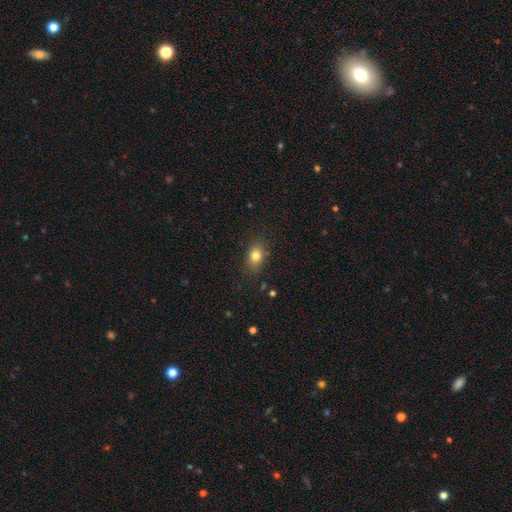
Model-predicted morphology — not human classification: This is clearly a smooth galaxy (81%). How rounded: likely in between (72%). Merging: clearly none (82%).